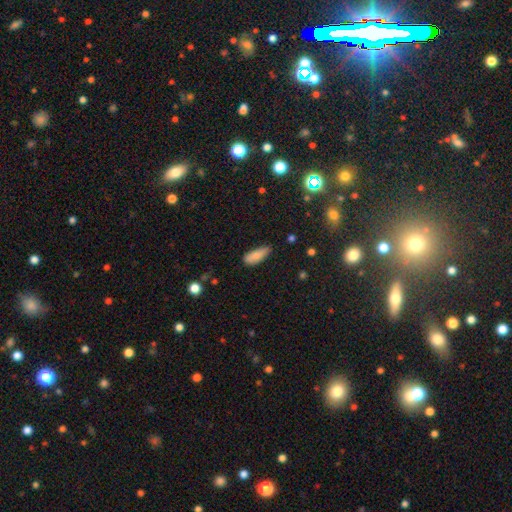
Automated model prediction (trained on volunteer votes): Smooth or featured? Predicted: smooth (p=0.82). How rounded? Predicted: in between (p=0.73). Merging? Predicted: none (p=0.62).